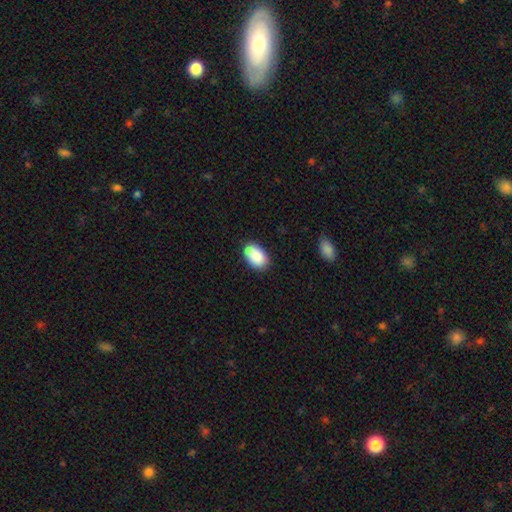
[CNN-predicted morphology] Q: Smooth or featured?
A: smooth (86%); runner-up: star or artifact (7%)
Q: How rounded?
A: in between (91%); runner-up: round (7%)
Q: Merging?
A: none (71%); runner-up: minor disturbance (19%)